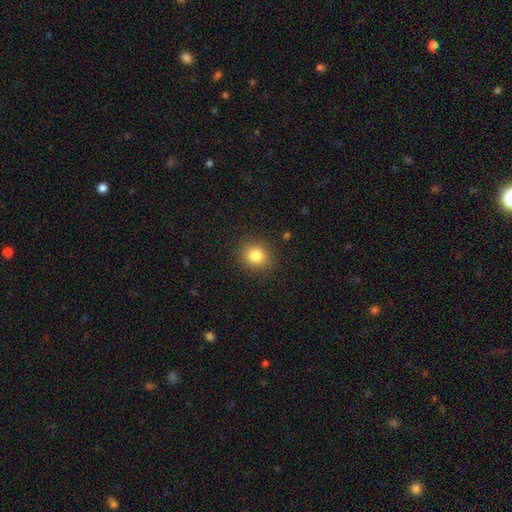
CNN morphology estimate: Smooth or featured?
  - smooth: 82% *
  - star or artifact: 11%
  - featured or disk: 6%
How rounded?
  - round: 77% *
  - in between: 23%
  - cigar-shaped: 1%
Merging?
  - none: 89% *
  - minor disturbance: 7%
  - major disturbance: 3%
  - merger: 1%